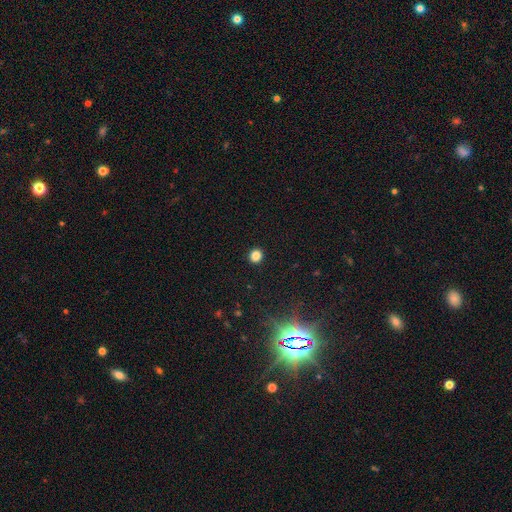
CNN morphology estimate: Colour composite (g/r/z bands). It shows a smooth galaxy with no disk features (84%) that is round (90%). Merging: none (93%).